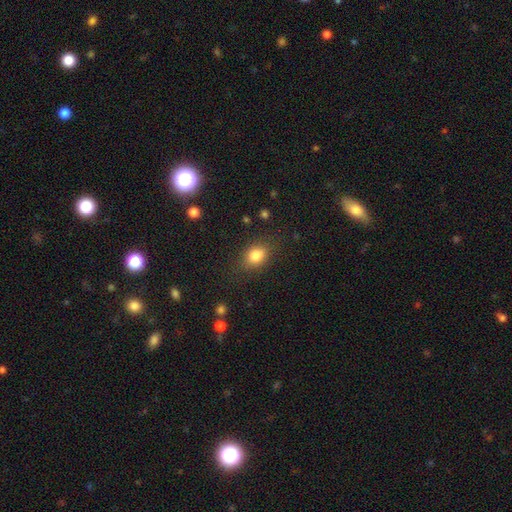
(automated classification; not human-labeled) smooth-or-featured: smooth: 82% | star or artifact: 10% | featured or disk: 8%
  how-rounded: in between: 66% | round: 32% | cigar-shaped: 2%
  merging: none: 77% | minor disturbance: 15% | major disturbance: 5% | merger: 2%